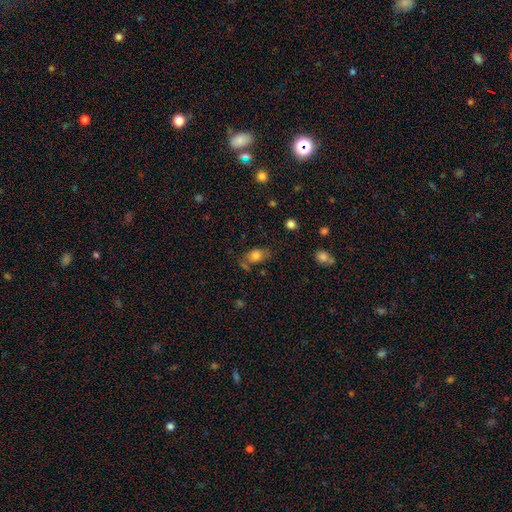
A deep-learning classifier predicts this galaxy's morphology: Smooth or featured?
  - smooth: 78% *
  - featured or disk: 12%
  - star or artifact: 10%
How rounded?
  - in between: 75% *
  - round: 22%
  - cigar-shaped: 3%
Merging?
  - none: 61% *
  - minor disturbance: 23%
  - merger: 9%
  - major disturbance: 7%